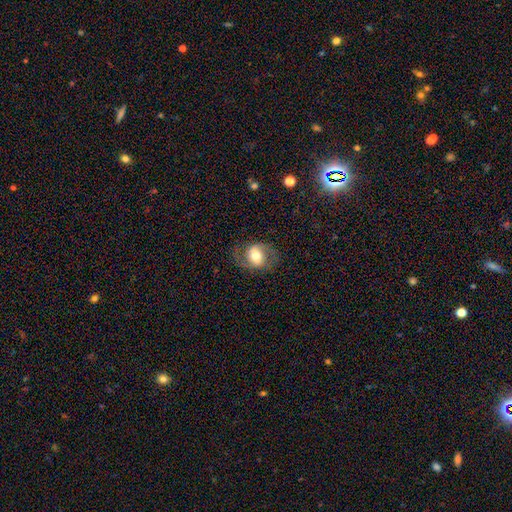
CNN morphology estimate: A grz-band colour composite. It shows a featured or disk galaxy (64%) with a weak bar (41%), 2 (87%) medium (50%) spiral arms (85%) and a moderate central bulge (60%). Merging: none (74%).